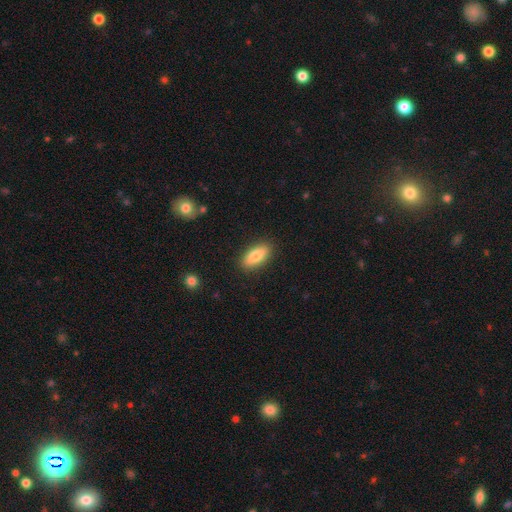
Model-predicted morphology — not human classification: Q: Smooth or featured?
A: smooth (81%); runner-up: featured or disk (13%)
Q: How rounded?
A: in between (82%); runner-up: cigar-shaped (15%)
Q: Merging?
A: none (88%); runner-up: minor disturbance (8%)